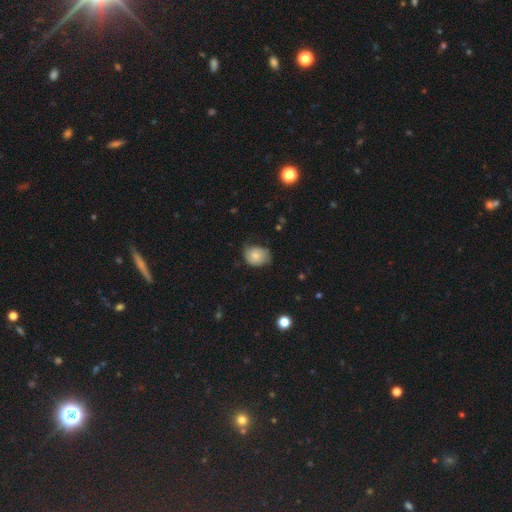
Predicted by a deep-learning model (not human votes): smooth-or-featured: smooth: 70% | featured or disk: 21% | star or artifact: 8%
  how-rounded: round: 50% | in between: 49% | cigar-shaped: 1%
  merging: none: 55% | minor disturbance: 35% | major disturbance: 9% | merger: 1%